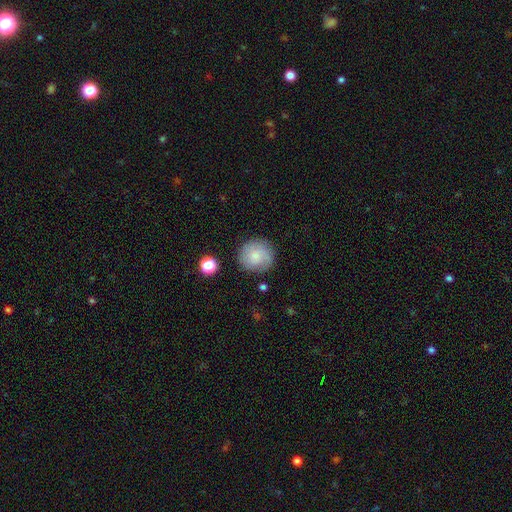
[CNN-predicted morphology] Q: Smooth or featured?
A: smooth (69%); runner-up: featured or disk (23%)
Q: How rounded?
A: round (92%); runner-up: in between (7%)
Q: Merging?
A: none (80%); runner-up: minor disturbance (13%)